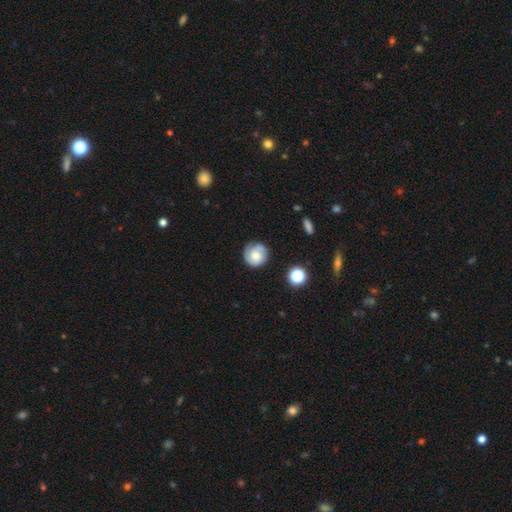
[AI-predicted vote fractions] smooth_or_featured: smooth (p=0.49) [alt: featured or disk p=0.43]
merging: none (p=0.71) [alt: minor disturbance p=0.19]